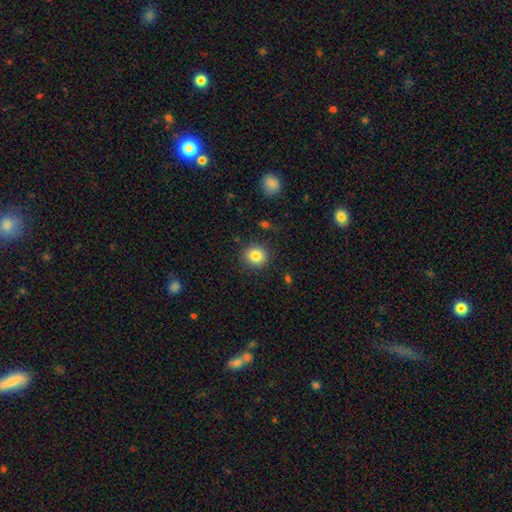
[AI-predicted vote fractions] This appears to be a smooth galaxy with no disk features (83%) that is round (88%). Merging: none (88%).